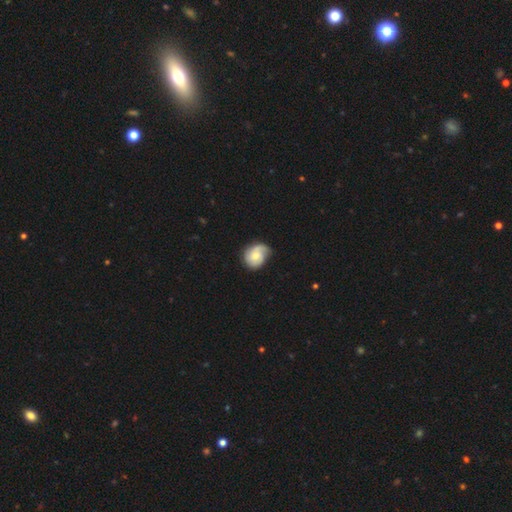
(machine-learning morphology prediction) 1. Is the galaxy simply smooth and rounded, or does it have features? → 63% featured or disk, 31% smooth, 6% star or artifact.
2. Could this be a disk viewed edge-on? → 98% no, 2% yes.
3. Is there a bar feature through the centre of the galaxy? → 72% no, 25% weak, 4% strong.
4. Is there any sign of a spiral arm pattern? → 92% yes, 8% no.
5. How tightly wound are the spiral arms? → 45% tight, 36% medium, 18% loose.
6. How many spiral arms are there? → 43% 2, 23% 1, 16% can't tell, 14% 3, 2% 4, 2% more than 4.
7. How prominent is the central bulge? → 53% moderate, 41% small, 3% large, 2% none, 1% dominant.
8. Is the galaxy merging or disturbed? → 63% none, 26% minor disturbance, 9% major disturbance, 2% merger.